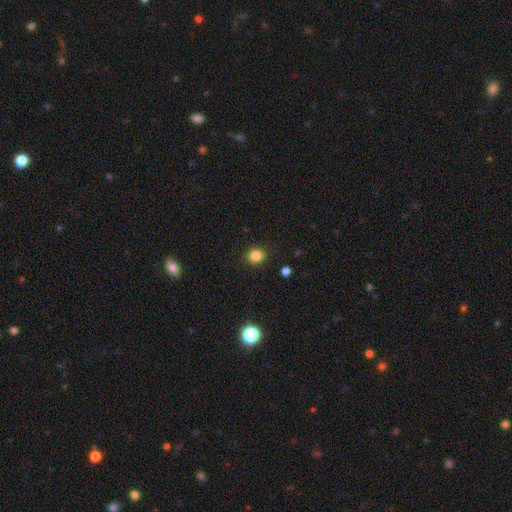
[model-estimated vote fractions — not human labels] Smooth or featured? Predicted: smooth (p=0.84). How rounded? Predicted: round (p=0.76). Merging? Predicted: none (p=0.89).